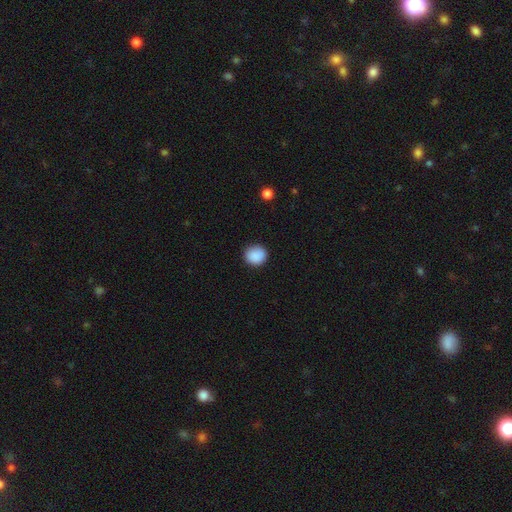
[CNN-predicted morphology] smooth 89%, star or artifact 8%, featured or disk 3%. Down the decision tree: how rounded — round (87%); merging — none (89%).